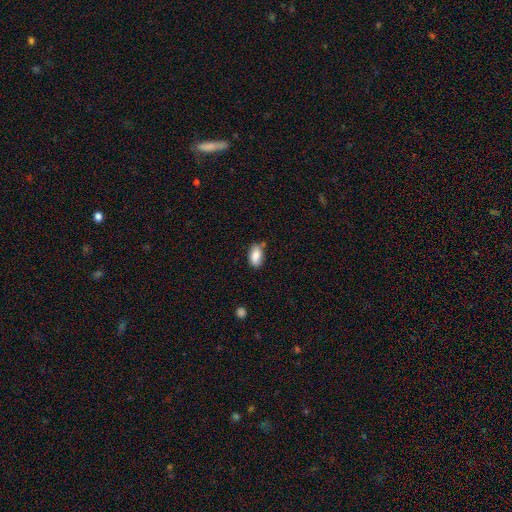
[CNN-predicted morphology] The model was most divided on "merging": none: 71%, minor disturbance: 21%, merger: 5%, major disturbance: 4%. More confident: how rounded — in between (92%); smooth or featured — smooth (87%).